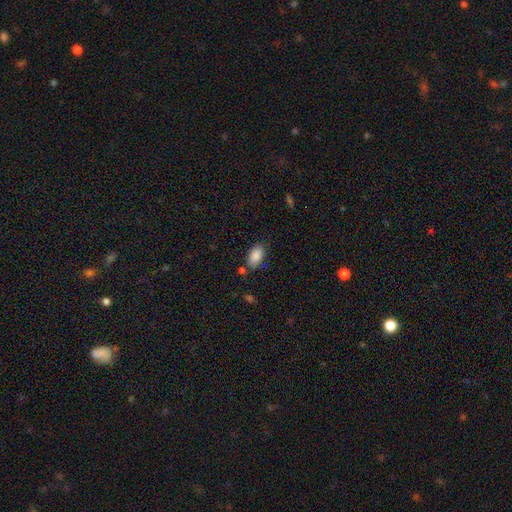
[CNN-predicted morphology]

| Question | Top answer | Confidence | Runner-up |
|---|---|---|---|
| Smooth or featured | smooth | 87% | star or artifact (7%) |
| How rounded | in between | 93% | round (4%) |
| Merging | none | 72% | minor disturbance (18%) |